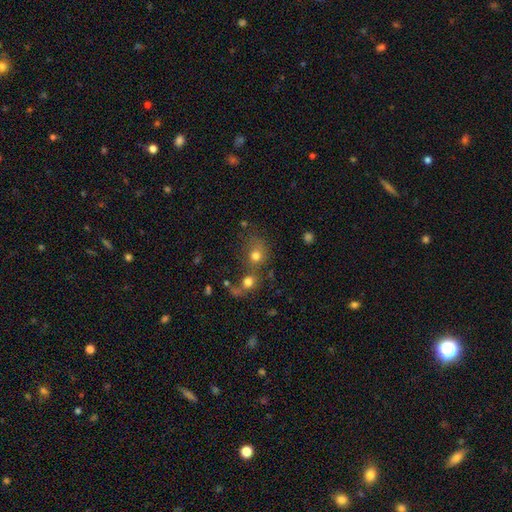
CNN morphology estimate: smooth_or_featured: smooth (p=0.72) [alt: star or artifact p=0.14]
how_rounded: round (p=0.73) [alt: in between p=0.25]
merging: merger (p=0.45) [alt: none p=0.36]